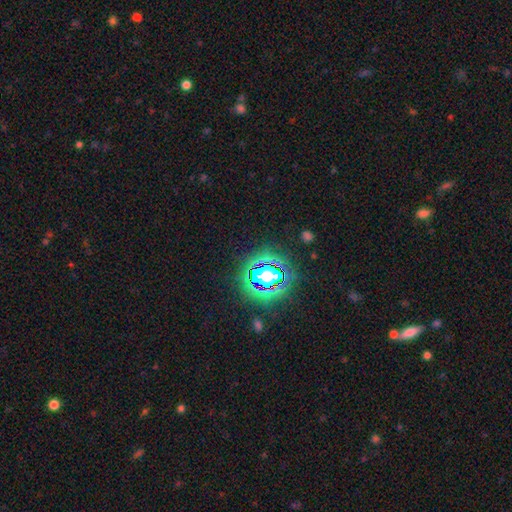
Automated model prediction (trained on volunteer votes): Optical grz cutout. It shows a star or artifact, not a galaxy (84%).